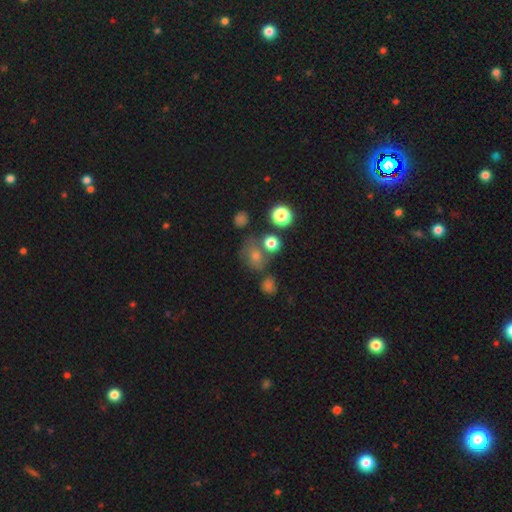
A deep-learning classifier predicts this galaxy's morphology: smooth-or-featured: smooth: 51% | star or artifact: 31% | featured or disk: 17%
  how-rounded: round: 69% | in between: 30% | cigar-shaped: 1%
  merging: none: 57% | merger: 19% | minor disturbance: 15% | major disturbance: 9%